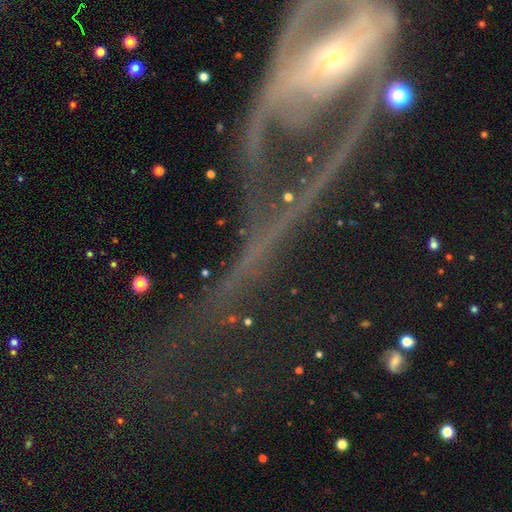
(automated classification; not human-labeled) Q: Smooth or featured?
A: star or artifact (48%); runner-up: featured or disk (37%)